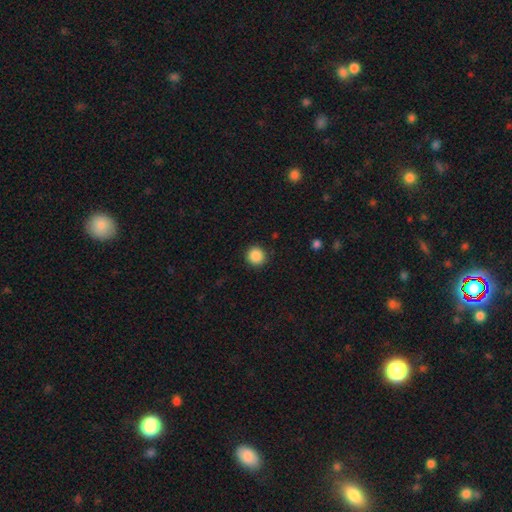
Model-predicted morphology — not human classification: smooth 88%, star or artifact 9%, featured or disk 3%. Down the decision tree: how rounded — round (94%); merging — none (91%).